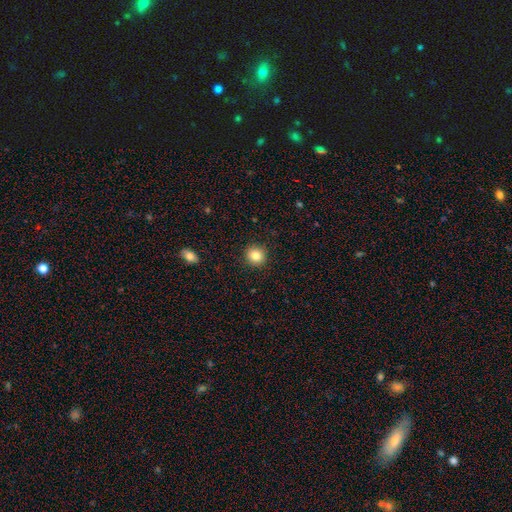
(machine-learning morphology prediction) Smooth or featured? smooth (85%)
How rounded? round (90%)
Merging? none (91%)